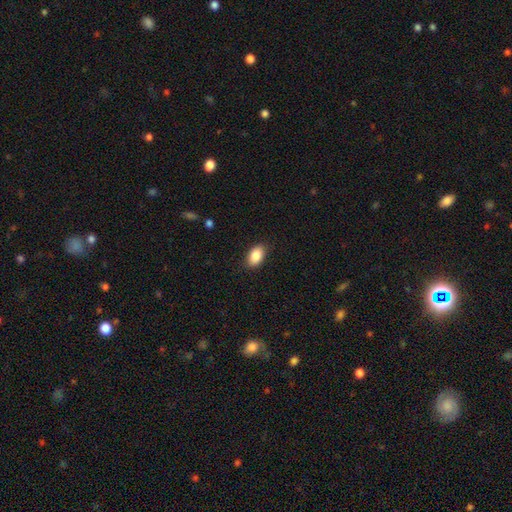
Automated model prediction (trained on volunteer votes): Q: Smooth or featured?
A: smooth (88%); runner-up: star or artifact (7%)
Q: How rounded?
A: in between (92%); runner-up: round (7%)
Q: Merging?
A: none (87%); runner-up: minor disturbance (9%)